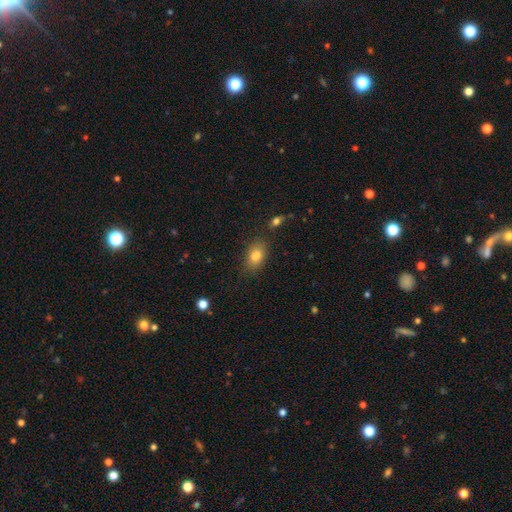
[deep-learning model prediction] This is clearly a smooth galaxy (82%). How rounded: clearly in between (83%). Merging: likely none (80%).